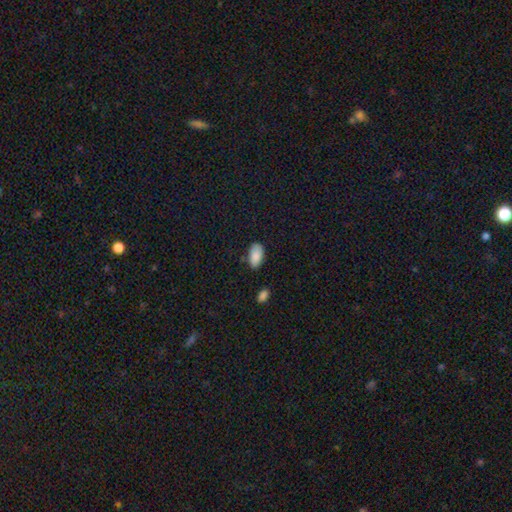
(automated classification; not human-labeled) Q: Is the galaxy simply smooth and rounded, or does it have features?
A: smooth — 88%.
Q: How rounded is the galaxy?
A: in between — 94%.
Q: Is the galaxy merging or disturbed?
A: none — 75%.